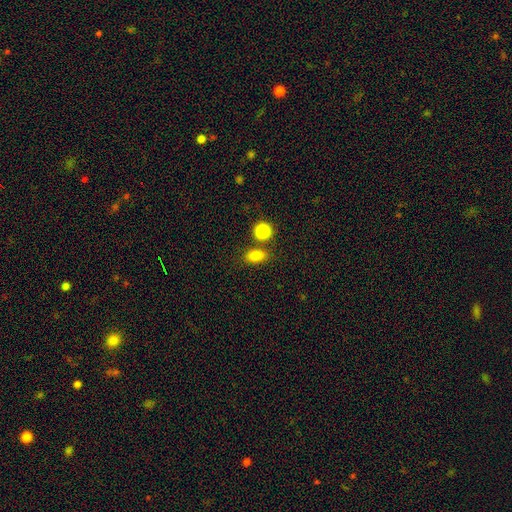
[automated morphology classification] Smooth or featured? smooth (80%)
How rounded? in between (76%)
Merging? none (73%)